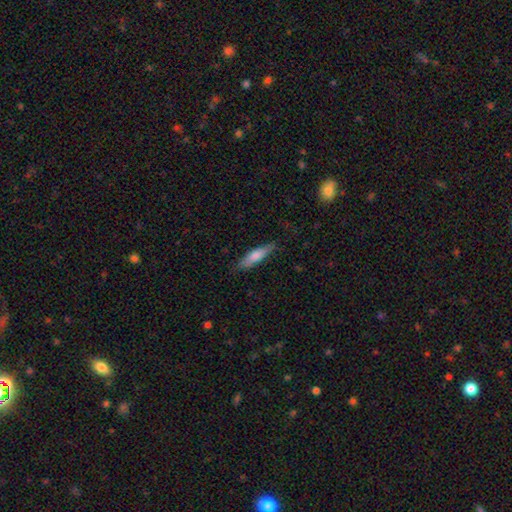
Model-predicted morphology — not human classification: Q: Smooth or featured?
A: smooth (70%); runner-up: featured or disk (24%)
Q: How rounded?
A: cigar-shaped (71%); runner-up: in between (27%)
Q: Merging?
A: none (81%); runner-up: minor disturbance (15%)